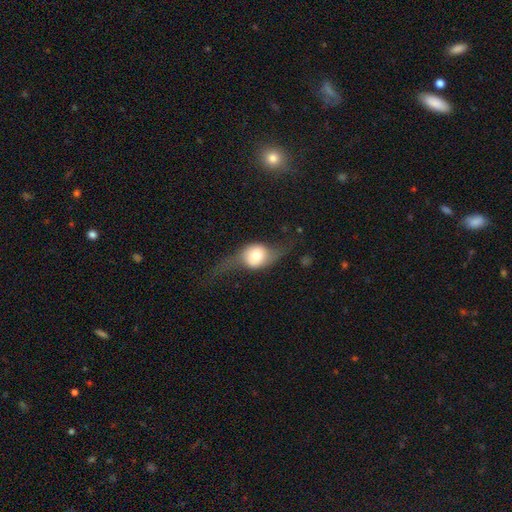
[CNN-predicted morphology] The model was most divided on "merging": none: 48%, major disturbance: 29%, minor disturbance: 21%, merger: 3%. More confident: edge-on disk — no (60%); smooth or featured — featured or disk (60%).